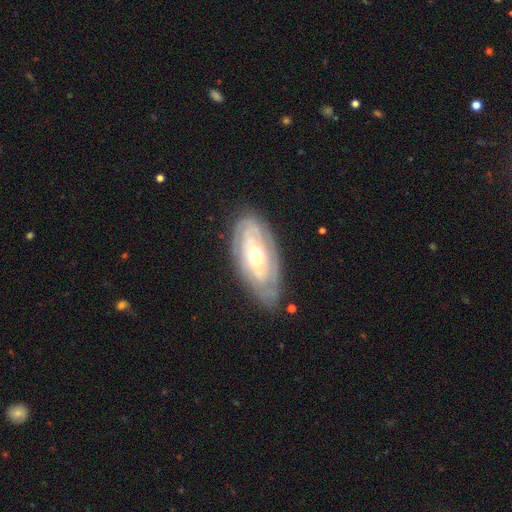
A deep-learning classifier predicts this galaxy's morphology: A featured or disk galaxy (75%) with no bar (63%), tight (73%) spiral arms (77%) and a moderate central bulge (70%).

Vote fractions:
- Smooth or featured? featured or disk: 75% / smooth: 19% / star or artifact: 6%
- Edge-on disk? no: 88% / yes: 12%
- Bar? no: 63% / weak: 27% / strong: 11%
- Spiral arms? yes: 77% / no: 23%
- Spiral winding? tight: 73% / medium: 20% / loose: 7%
- Spiral arm count? can't tell: 56% / 2: 22% / 3: 9% / 4: 5% / 1: 4% / more than 4: 4%
- Bulge size? moderate: 70% / small: 17% / large: 10% / dominant: 1% / none: 1%
- Merging? none: 78% / minor disturbance: 16% / major disturbance: 5% / merger: 1%